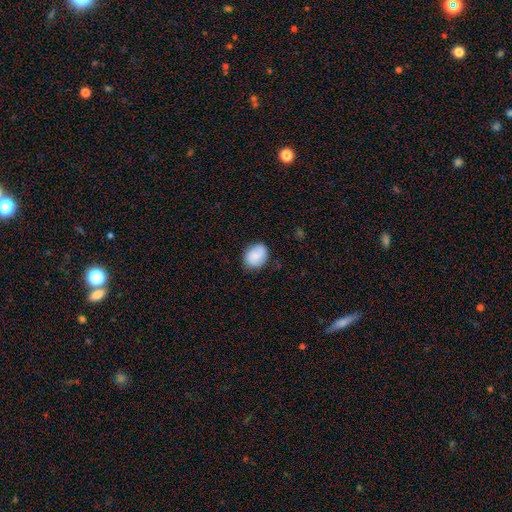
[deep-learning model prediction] Smooth or featured: smooth — 77% (featured or disk — 16%)
How rounded: in between — 50% (round — 49%)
Merging: none — 79% (minor disturbance — 16%)